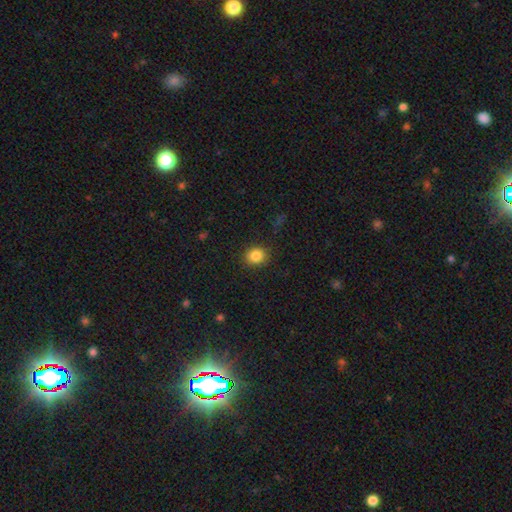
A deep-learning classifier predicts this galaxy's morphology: smooth 85%, star or artifact 10%, featured or disk 5%. Down the decision tree: how rounded — round (78%); merging — none (89%).